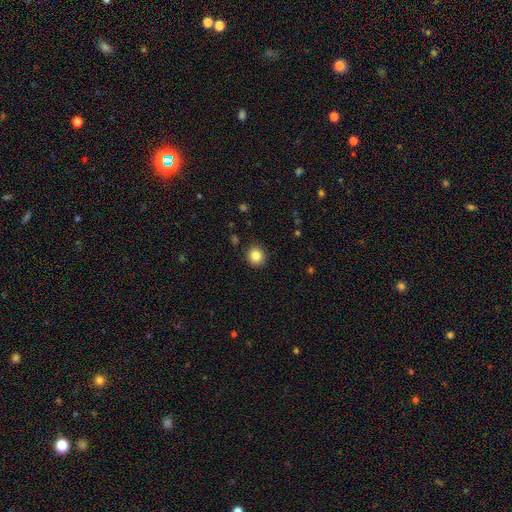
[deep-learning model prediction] This is clearly a smooth galaxy (84%). How rounded: clearly round (91%). Merging: clearly none (91%).